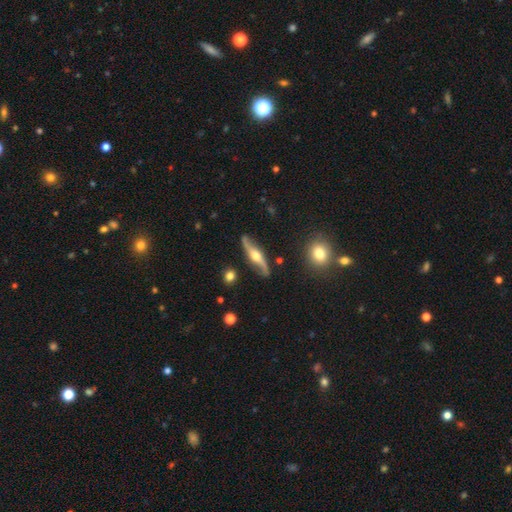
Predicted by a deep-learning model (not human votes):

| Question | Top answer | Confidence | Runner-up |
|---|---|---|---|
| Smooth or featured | featured or disk | 84% | smooth (11%) |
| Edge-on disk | no | 57% | yes (43%) |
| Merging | none | 79% | minor disturbance (14%) |